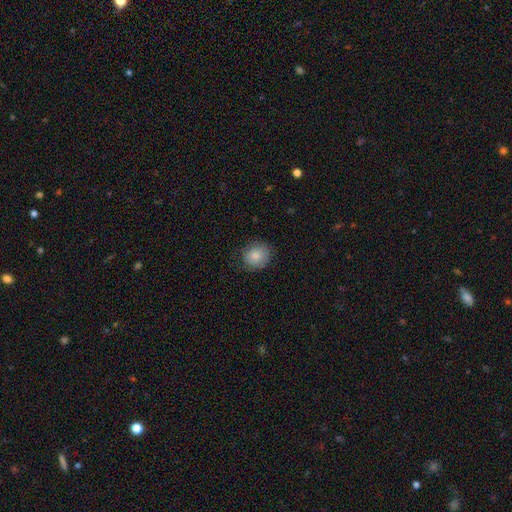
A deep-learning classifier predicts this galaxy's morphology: smooth 84%, featured or disk 9%, star or artifact 7%. Down the decision tree: how rounded — round (79%); merging — none (79%).